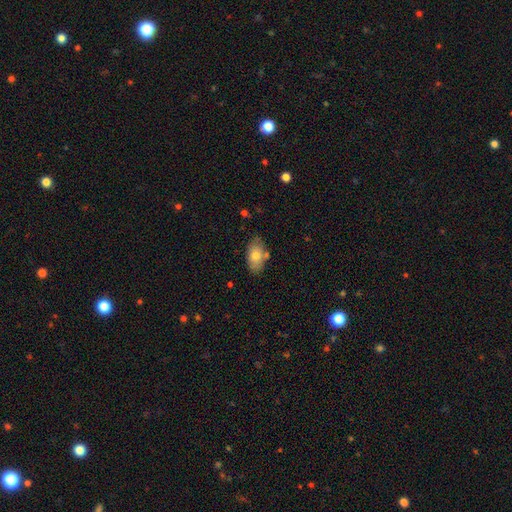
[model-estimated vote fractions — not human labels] Smooth or featured: smooth — 77% (featured or disk — 16%)
How rounded: in between — 91% (round — 7%)
Merging: none — 73% (minor disturbance — 17%)